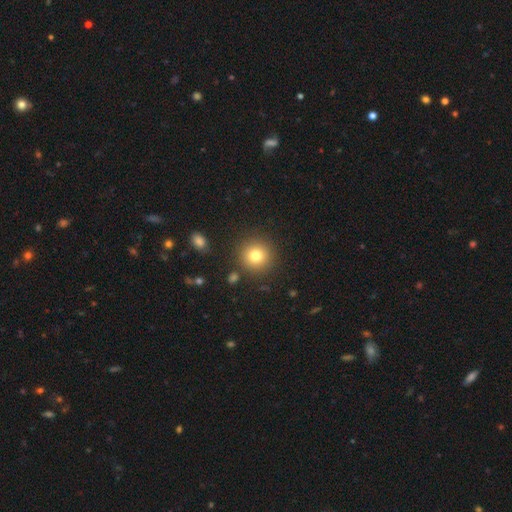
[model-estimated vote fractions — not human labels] smooth 79%, star or artifact 12%, featured or disk 9%. Down the decision tree: how rounded — round (94%); merging — none (88%).